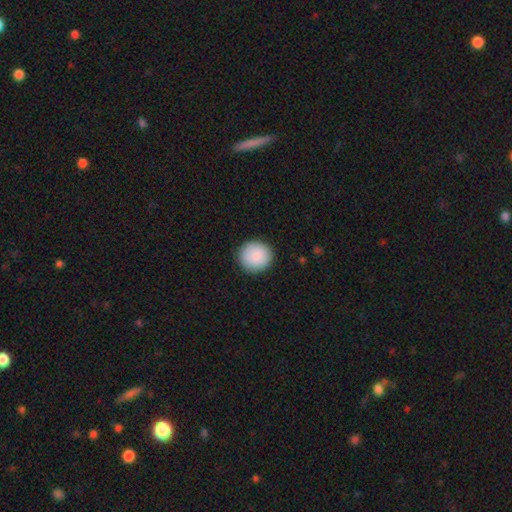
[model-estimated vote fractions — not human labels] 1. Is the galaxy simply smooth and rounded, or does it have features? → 89% smooth, 7% star or artifact, 5% featured or disk.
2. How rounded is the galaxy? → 92% round, 7% in between, 1% cigar-shaped.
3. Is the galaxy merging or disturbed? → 90% none, 7% minor disturbance, 2% major disturbance, 1% merger.